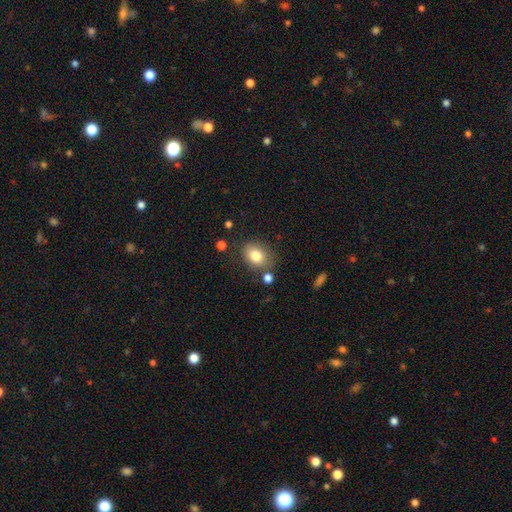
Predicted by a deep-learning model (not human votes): The model was most divided on "how rounded": in between: 57%, round: 42%, cigar-shaped: 1%. More confident: smooth or featured — smooth (81%); merging — none (75%).